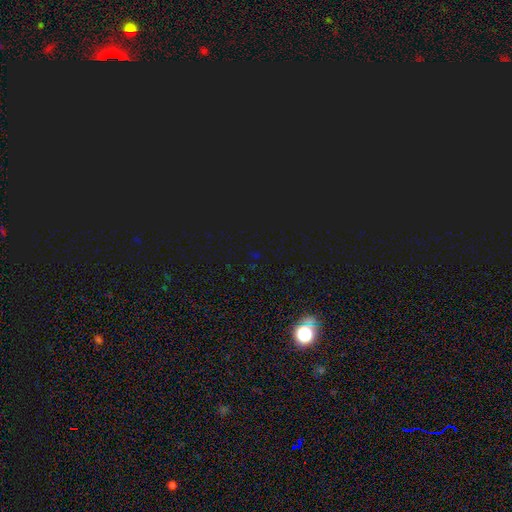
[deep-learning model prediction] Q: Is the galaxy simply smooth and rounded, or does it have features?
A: star or artifact — 75%.